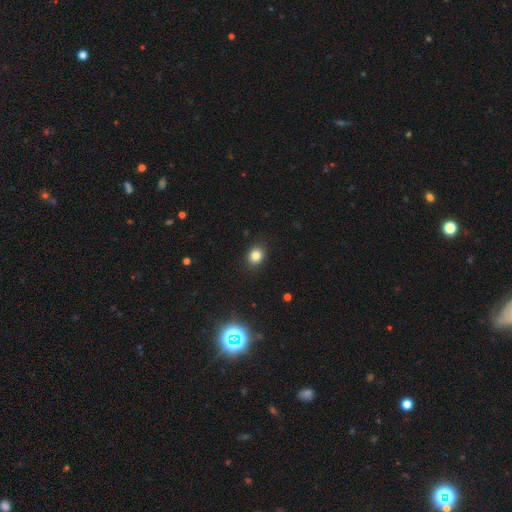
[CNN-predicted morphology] type=smooth (82%); roundness=round (59%); merging=none (89%).